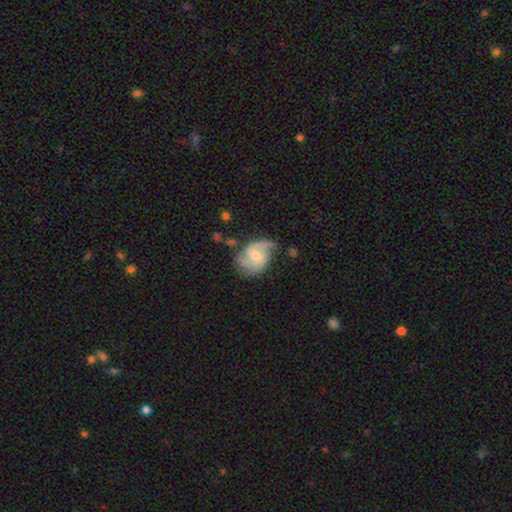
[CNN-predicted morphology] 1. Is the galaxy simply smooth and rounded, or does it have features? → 82% featured or disk, 12% smooth, 6% star or artifact.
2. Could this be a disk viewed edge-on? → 98% no, 2% yes.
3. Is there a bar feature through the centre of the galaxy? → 49% no, 45% weak, 7% strong.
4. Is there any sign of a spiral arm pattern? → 96% yes, 4% no.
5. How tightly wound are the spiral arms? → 51% medium, 27% tight, 22% loose.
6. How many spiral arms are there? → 64% 2, 17% 3, 10% can't tell, 4% 1, 3% 4, 3% more than 4.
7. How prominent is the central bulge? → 48% small, 44% moderate, 5% none, 3% large, 1% dominant.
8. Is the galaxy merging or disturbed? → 61% none, 25% minor disturbance, 11% major disturbance, 3% merger.